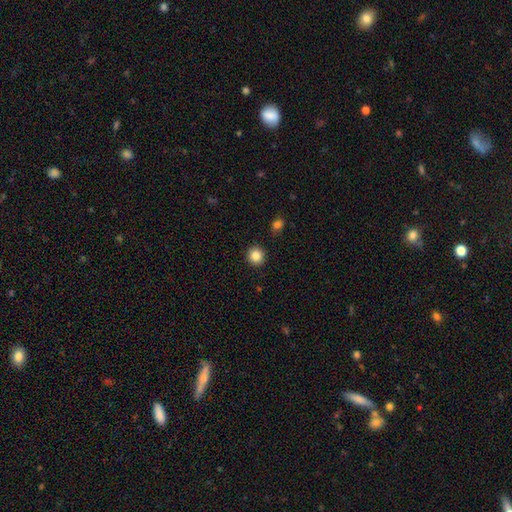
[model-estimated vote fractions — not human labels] A smooth galaxy with no disk features (86%) that is round (91%).

Vote fractions:
- Smooth or featured? smooth: 86% / star or artifact: 10% / featured or disk: 4%
- How rounded? round: 91% / in between: 8% / cigar-shaped: 1%
- Merging? none: 91% / minor disturbance: 5% / major disturbance: 2% / merger: 1%